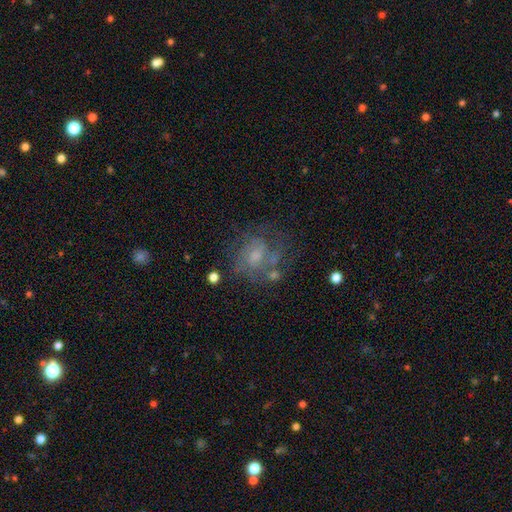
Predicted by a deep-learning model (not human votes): featured or disk 59%, smooth 29%, star or artifact 12%. Down the decision tree: edge-on disk — no (97%); bar — no (65%); spiral arms — yes (65%); bulge size — moderate (39%); merging — none (51%).